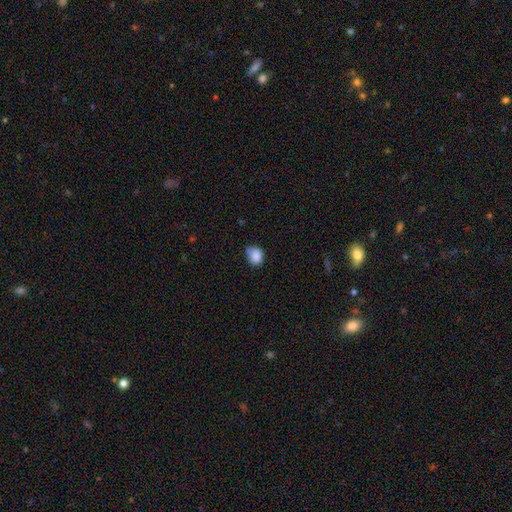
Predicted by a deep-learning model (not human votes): smooth-or-featured: smooth: 85% | star or artifact: 9% | featured or disk: 6%
  how-rounded: round: 55% | in between: 44% | cigar-shaped: 1%
  merging: none: 56% | minor disturbance: 34% | major disturbance: 6% | merger: 4%